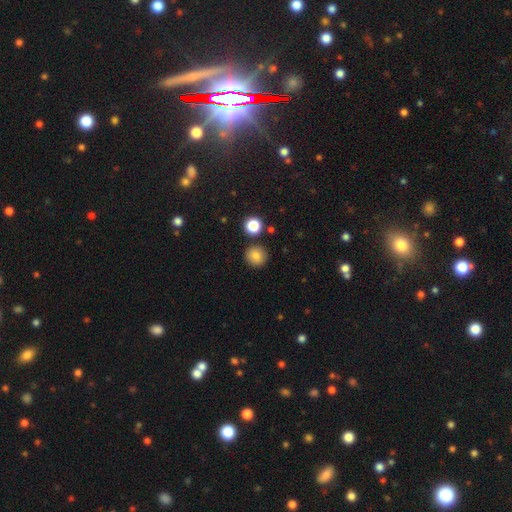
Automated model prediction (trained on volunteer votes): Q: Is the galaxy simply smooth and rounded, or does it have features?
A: smooth — 82%.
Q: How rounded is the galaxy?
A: round — 93%.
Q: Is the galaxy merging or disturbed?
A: none — 88%.